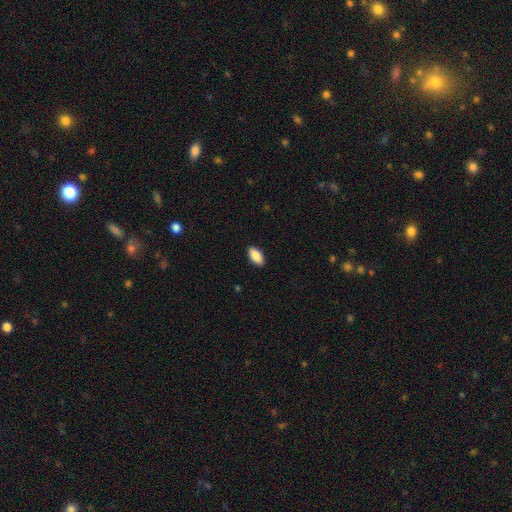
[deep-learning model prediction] Smooth or featured?
  - smooth: 89% *
  - star or artifact: 6%
  - featured or disk: 5%
How rounded?
  - in between: 93% *
  - cigar-shaped: 5%
  - round: 3%
Merging?
  - none: 89% *
  - minor disturbance: 8%
  - major disturbance: 2%
  - merger: 1%